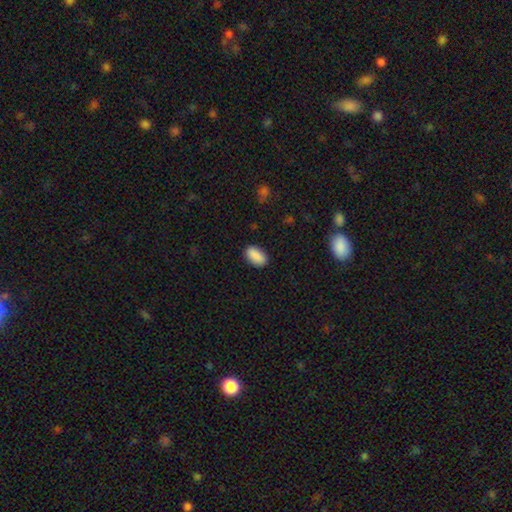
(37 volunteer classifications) Smooth or featured?
  - smooth: 89% *
  - featured or disk: 5%
  - star or artifact: 5%
How rounded?
  - in between: 85% *
  - cigar-shaped: 9%
  - round: 6%
Merging?
  - none: 83% *
  - minor disturbance: 9%
  - major disturbance: 9%
  - merger: 0%